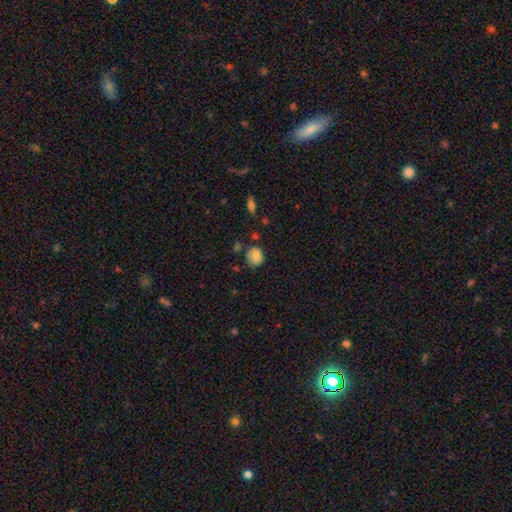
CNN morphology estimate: Smooth or featured?
  - smooth: 78% *
  - featured or disk: 14%
  - star or artifact: 9%
How rounded?
  - round: 64% *
  - in between: 35%
  - cigar-shaped: 1%
Merging?
  - none: 66% *
  - minor disturbance: 25%
  - major disturbance: 5%
  - merger: 4%